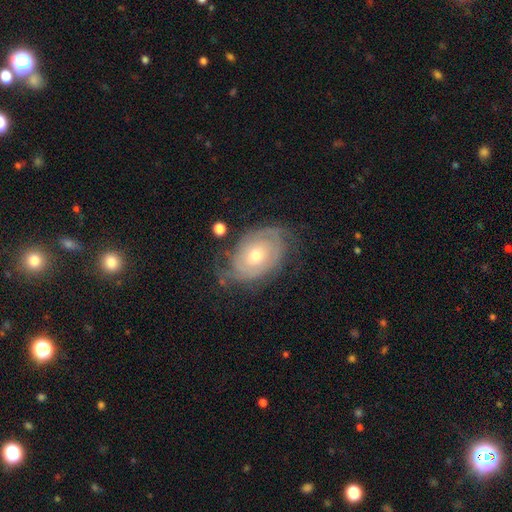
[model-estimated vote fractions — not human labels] Morphology: type=featured or disk (79%); edge-on=no (96%); bar=no (78%); spiral arms=yes (88%); winding=tight (71%); arm count=can't tell (39%); bulge=moderate (60%); merging=none (68%).